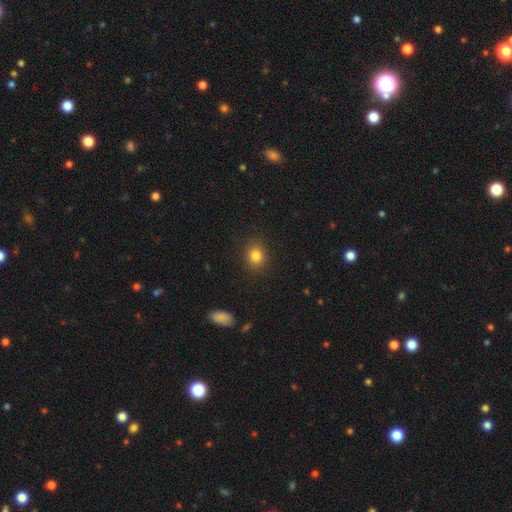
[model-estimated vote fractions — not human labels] The model was most divided on "how rounded": round: 69%, in between: 30%, cigar-shaped: 1%. More confident: merging — none (88%); smooth or featured — smooth (83%).